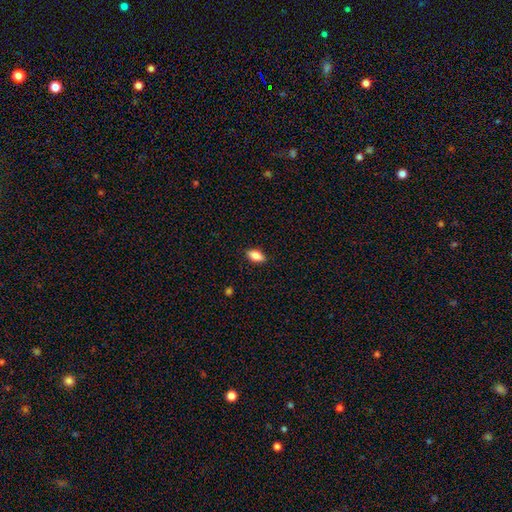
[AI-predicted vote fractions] Smooth or featured? Predicted: smooth (p=0.85). How rounded? Predicted: in between (p=0.89). Merging? Predicted: none (p=0.87).